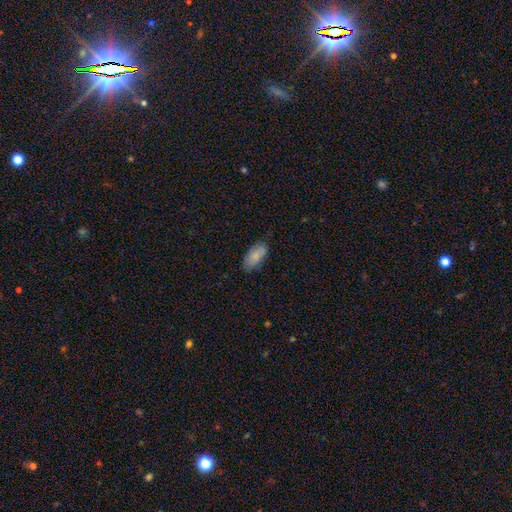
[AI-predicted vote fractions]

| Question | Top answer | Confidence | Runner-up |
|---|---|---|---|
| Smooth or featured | smooth | 84% | featured or disk (10%) |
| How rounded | in between | 91% | cigar-shaped (7%) |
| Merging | none | 78% | minor disturbance (17%) |